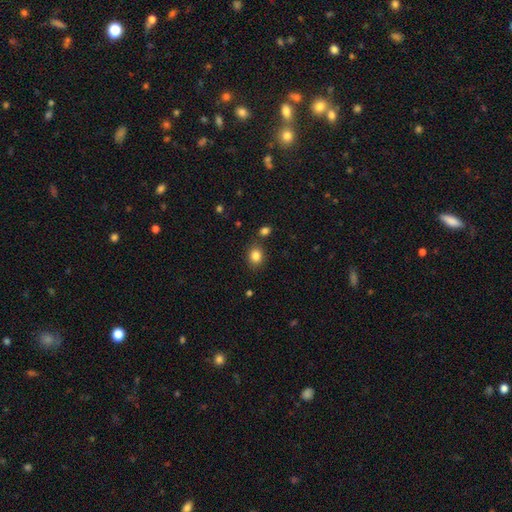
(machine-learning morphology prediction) A smooth galaxy with no disk features (84%) that is round (59%). Merging: none (81%).